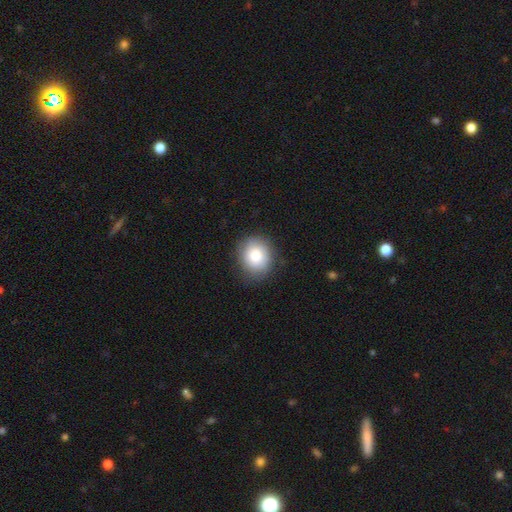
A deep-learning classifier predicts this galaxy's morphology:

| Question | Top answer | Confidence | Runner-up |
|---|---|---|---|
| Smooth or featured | smooth | 84% | featured or disk (9%) |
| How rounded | round | 74% | in between (25%) |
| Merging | none | 82% | minor disturbance (14%) |